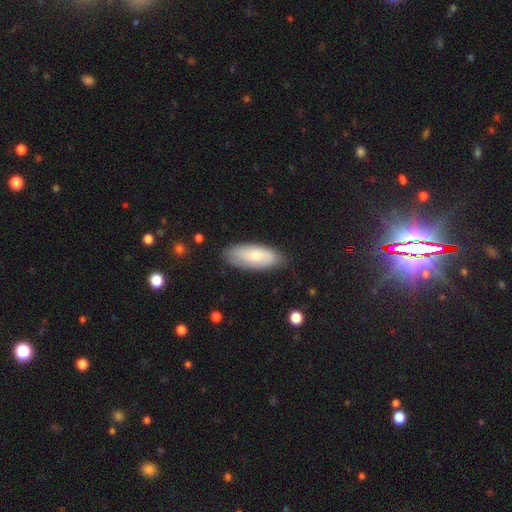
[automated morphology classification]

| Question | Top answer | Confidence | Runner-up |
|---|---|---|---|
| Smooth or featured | smooth | 68% | featured or disk (26%) |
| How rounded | in between | 84% | cigar-shaped (14%) |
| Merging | none | 78% | minor disturbance (18%) |